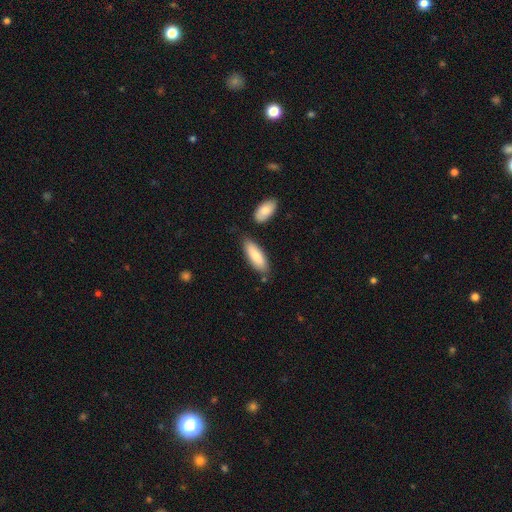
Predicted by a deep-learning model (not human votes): smooth_or_featured: smooth (p=0.82) [alt: featured or disk p=0.12]
how_rounded: in between (p=0.57) [alt: cigar-shaped p=0.41]
merging: none (p=0.76) [alt: minor disturbance p=0.14]